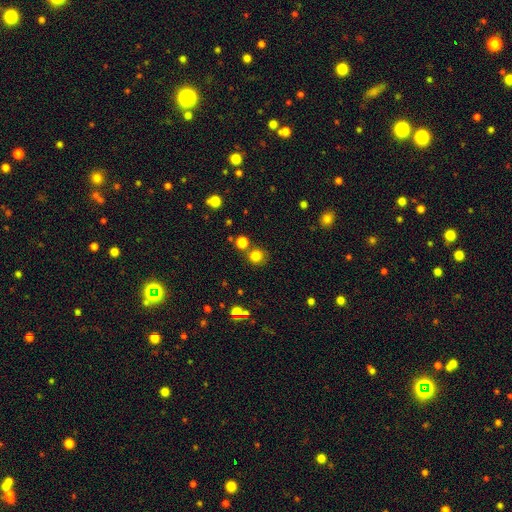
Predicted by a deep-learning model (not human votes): A smooth galaxy with no disk features (80%) that is round (89%).

Vote fractions:
- Smooth or featured? smooth: 80% / star or artifact: 15% / featured or disk: 5%
- How rounded? round: 89% / in between: 10% / cigar-shaped: 1%
- Merging? none: 72% / merger: 16% / minor disturbance: 8% / major disturbance: 3%